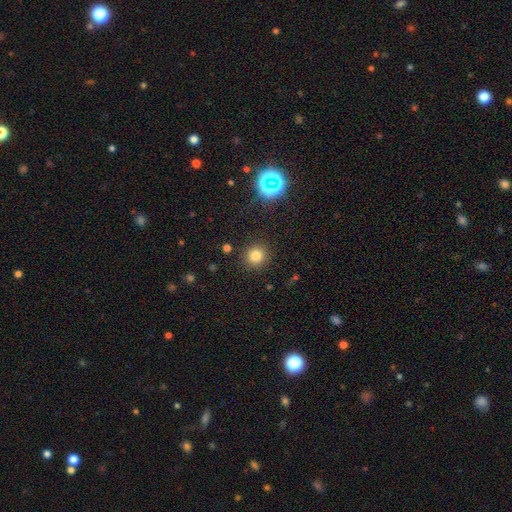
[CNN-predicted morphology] type=smooth (77%); roundness=round (92%); merging=none (89%).